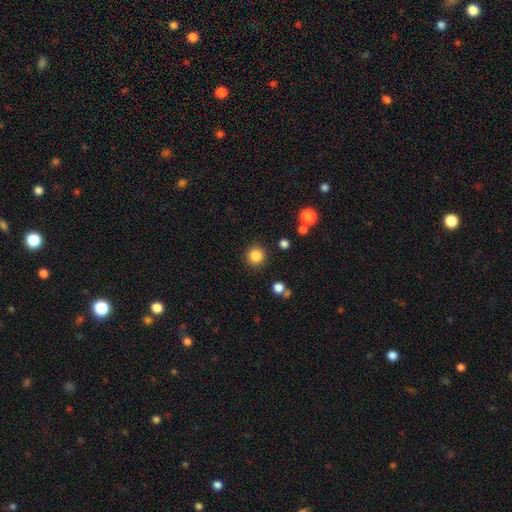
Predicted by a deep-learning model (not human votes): Q: Smooth or featured?
A: smooth (86%); runner-up: star or artifact (11%)
Q: How rounded?
A: round (94%); runner-up: in between (5%)
Q: Merging?
A: none (90%); runner-up: minor disturbance (6%)